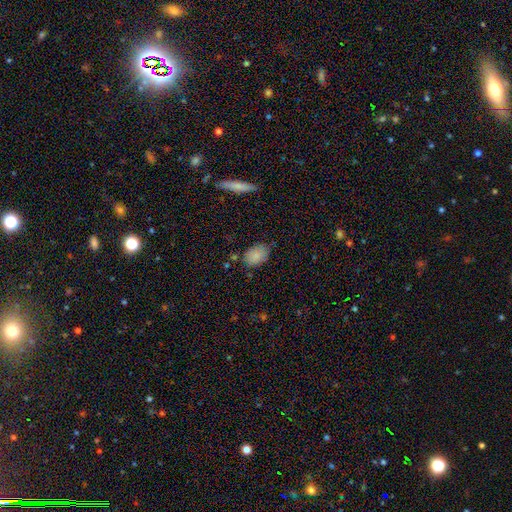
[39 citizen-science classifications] This is clearly a smooth galaxy (97%). How rounded: clearly in between (89%). Merging: clearly none (85%).